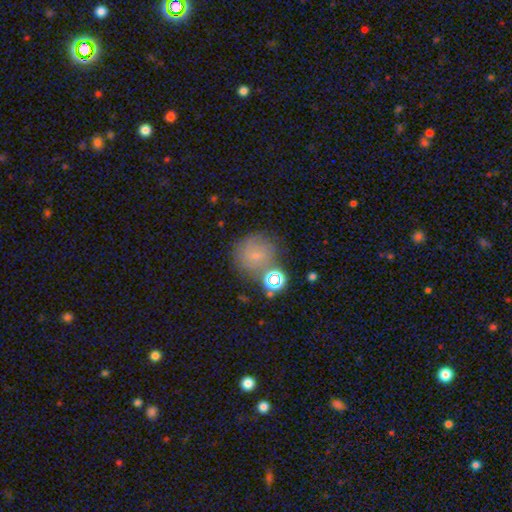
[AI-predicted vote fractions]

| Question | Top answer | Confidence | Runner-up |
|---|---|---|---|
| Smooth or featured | smooth | 64% | featured or disk (19%) |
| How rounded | round | 88% | in between (11%) |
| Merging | none | 61% | merger (16%) |